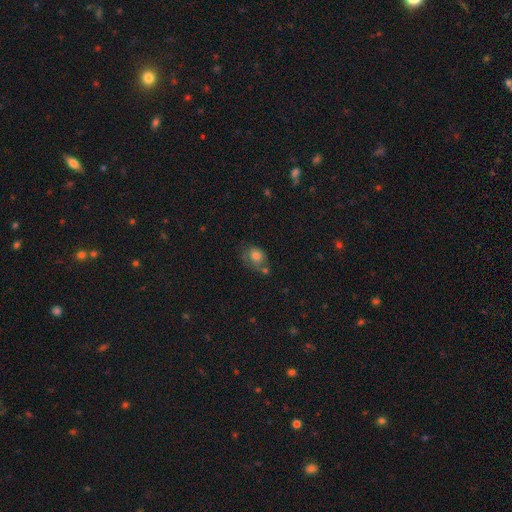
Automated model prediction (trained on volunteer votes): Q: Smooth or featured?
A: smooth (67%); runner-up: featured or disk (22%)
Q: How rounded?
A: in between (49%); tied with: round (49%)
Q: Merging?
A: none (37%); runner-up: minor disturbance (25%)